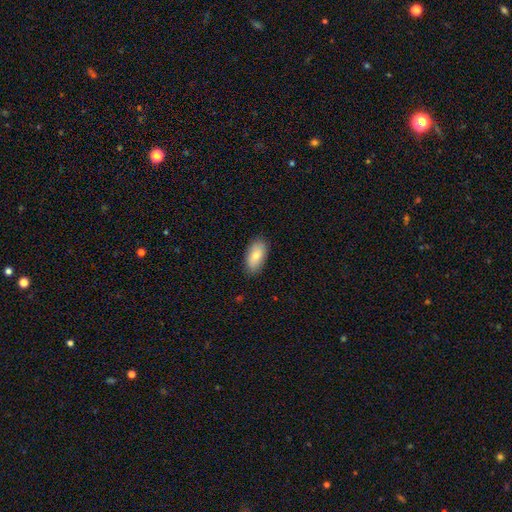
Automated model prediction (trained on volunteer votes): Smooth or featured: smooth — 78% (featured or disk — 16%)
How rounded: in between — 92% (cigar-shaped — 5%)
Merging: none — 86% (minor disturbance — 11%)